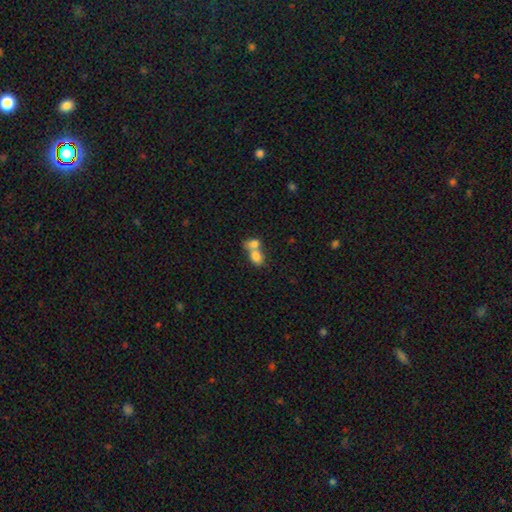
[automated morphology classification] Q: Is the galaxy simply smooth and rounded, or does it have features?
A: smooth — 80%.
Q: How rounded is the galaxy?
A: in between — 73%.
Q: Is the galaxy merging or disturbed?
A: merger — 70%.